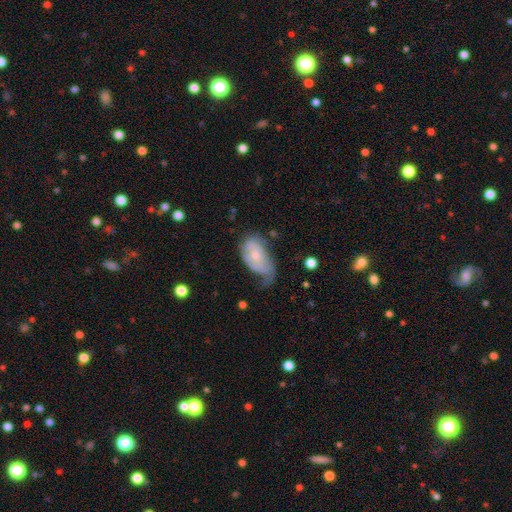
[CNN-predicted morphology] A smooth galaxy with no disk features (49%).

Vote fractions:
- Smooth or featured? smooth: 49% / featured or disk: 44% / star or artifact: 7%
- Merging? minor disturbance: 37% / major disturbance: 35% / none: 25% / merger: 3%